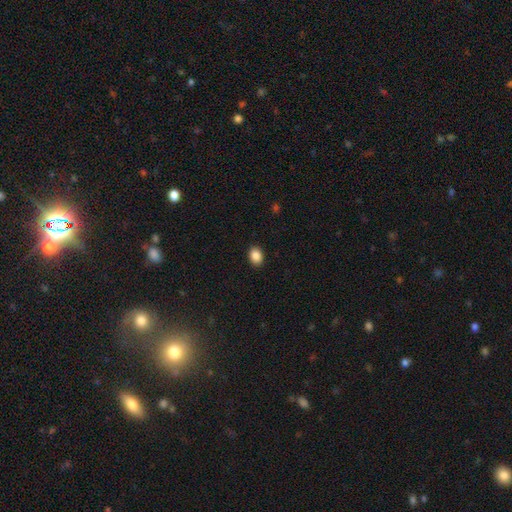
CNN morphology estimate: smooth 88%, star or artifact 8%, featured or disk 4%. Down the decision tree: how rounded — in between (71%); merging — none (90%).